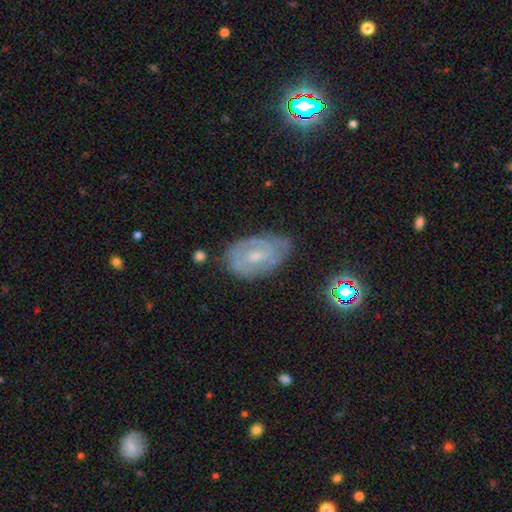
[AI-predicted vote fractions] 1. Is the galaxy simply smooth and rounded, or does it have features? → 64% featured or disk, 25% smooth, 11% star or artifact.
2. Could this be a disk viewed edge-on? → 94% no, 6% yes.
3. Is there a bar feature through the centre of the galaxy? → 50% weak, 40% no, 10% strong.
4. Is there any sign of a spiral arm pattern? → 76% yes, 24% no.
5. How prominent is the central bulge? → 59% small, 34% moderate, 6% none, 1% large, 1% dominant.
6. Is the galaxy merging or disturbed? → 67% none, 24% minor disturbance, 7% major disturbance, 2% merger.